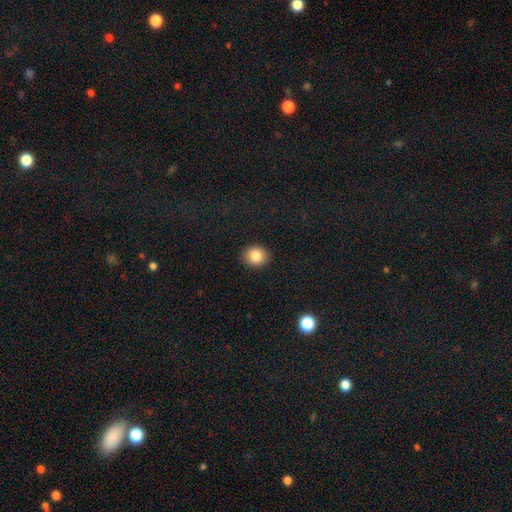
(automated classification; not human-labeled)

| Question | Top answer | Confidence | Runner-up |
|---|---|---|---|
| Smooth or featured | smooth | 85% | star or artifact (10%) |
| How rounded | round | 75% | in between (25%) |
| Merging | none | 91% | minor disturbance (6%) |